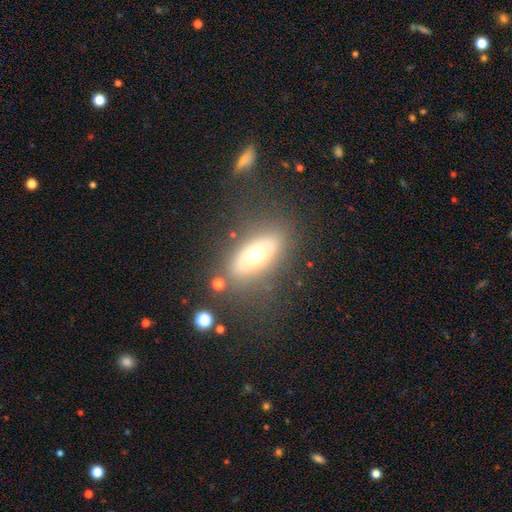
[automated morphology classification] Smooth or featured? Predicted: smooth (p=0.46). Merging? Predicted: none (p=0.76).